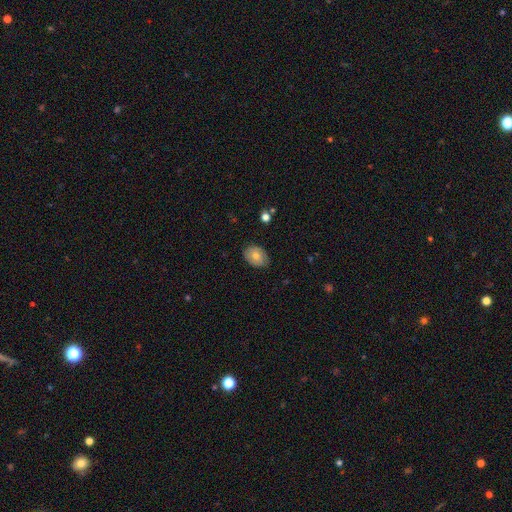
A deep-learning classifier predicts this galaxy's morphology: Smooth or featured? smooth (63%)
How rounded? in between (73%)
Merging? none (81%)